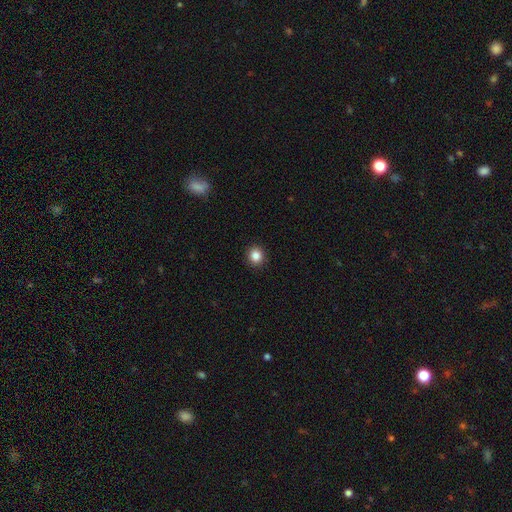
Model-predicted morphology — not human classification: Smooth or featured? Predicted: smooth (p=0.85). How rounded? Predicted: round (p=0.87). Merging? Predicted: none (p=0.93).